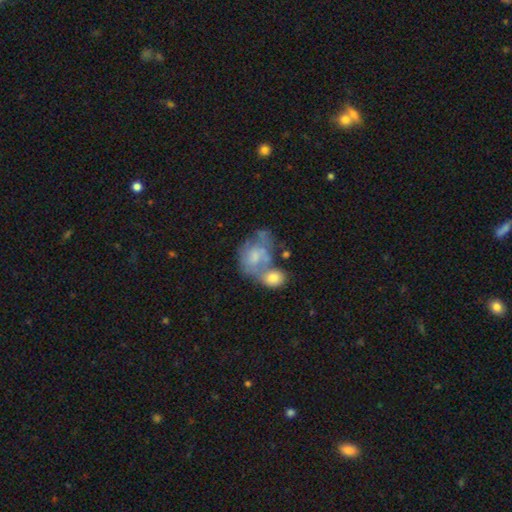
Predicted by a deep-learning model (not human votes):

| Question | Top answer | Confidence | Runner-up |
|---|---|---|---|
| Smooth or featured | smooth | 46% | featured or disk (45%) |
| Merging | merger | 55% | major disturbance (17%) |